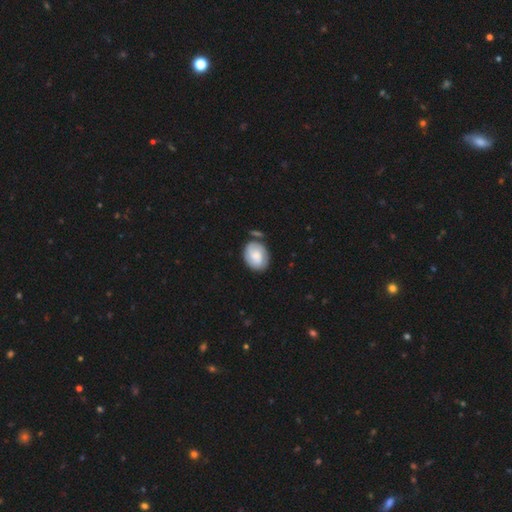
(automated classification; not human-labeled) Smooth or featured? smooth (64%)
How rounded? in between (67%)
Merging? none (66%)